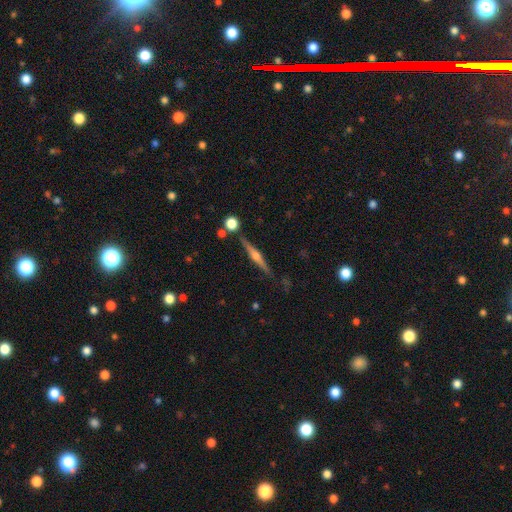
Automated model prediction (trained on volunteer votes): A featured or disk galaxy (77%) viewed edge-on (98%) with a rounded central bulge (91%). Merging: none (85%).